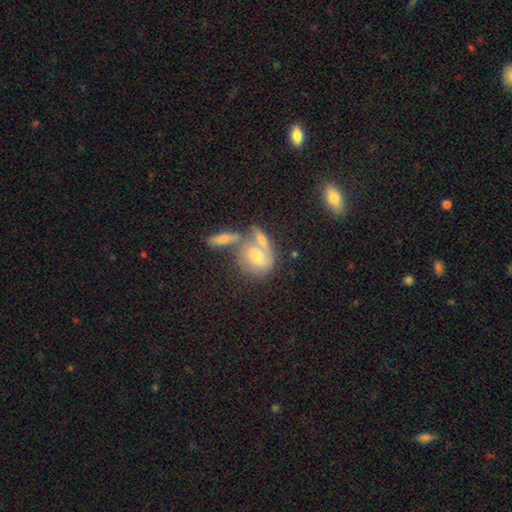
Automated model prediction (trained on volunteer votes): Smooth or featured? Predicted: featured or disk (p=0.46). Merging? Predicted: merger (p=0.45).